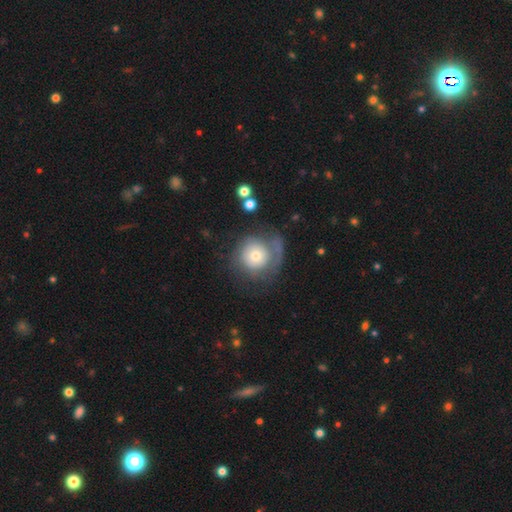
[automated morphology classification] Smooth or featured? Predicted: smooth (p=0.52). How rounded? Predicted: round (p=0.90). Merging? Predicted: none (p=0.47).